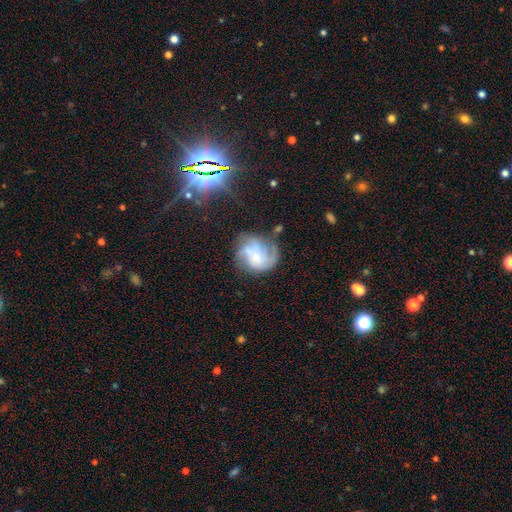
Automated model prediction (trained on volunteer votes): Smooth or featured? Predicted: featured or disk (p=0.71). Edge-on disk? Predicted: no (p=0.98). Bar? Predicted: no (p=0.71). Spiral arms? Predicted: yes (p=0.87). Spiral winding? Predicted: medium (p=0.41). Spiral arm count? Predicted: 3 (p=0.30). Bulge size? Predicted: small (p=0.64). Merging? Predicted: none (p=0.47).